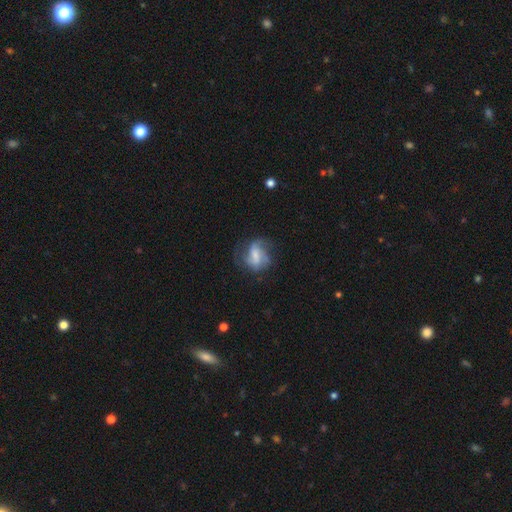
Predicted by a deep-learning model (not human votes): Smooth or featured?
  - featured or disk: 59% *
  - smooth: 33%
  - star or artifact: 9%
Edge-on disk?
  - no: 97% *
  - yes: 3%
Bar?
  - weak: 43% *
  - no: 36%
  - strong: 21%
Spiral arms?
  - yes: 81% *
  - no: 19%
Bulge size?
  - moderate: 34% * (tied)
  - small: 34% * (tied)
  - none: 20%
  - large: 11%
  - dominant: 2%
Merging?
  - none: 51% *
  - minor disturbance: 24%
  - major disturbance: 23%
  - merger: 2%